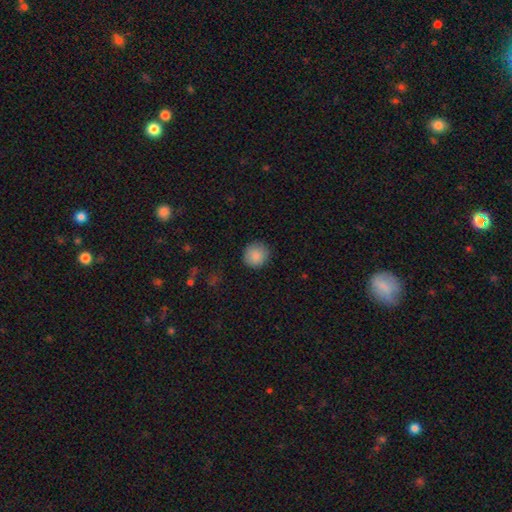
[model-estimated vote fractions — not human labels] smooth_or_featured: smooth (p=0.88) [alt: star or artifact p=0.08]
how_rounded: round (p=0.93) [alt: in between p=0.06]
merging: none (p=0.89) [alt: minor disturbance p=0.08]